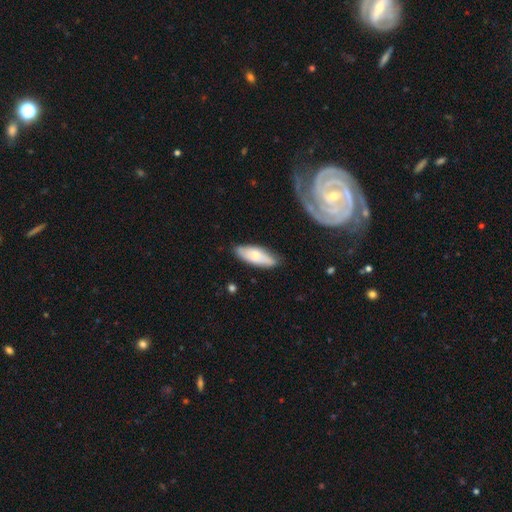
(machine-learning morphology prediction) This is likely a smooth galaxy (65%). How rounded: likely in between (66%). Merging: likely none (78%).